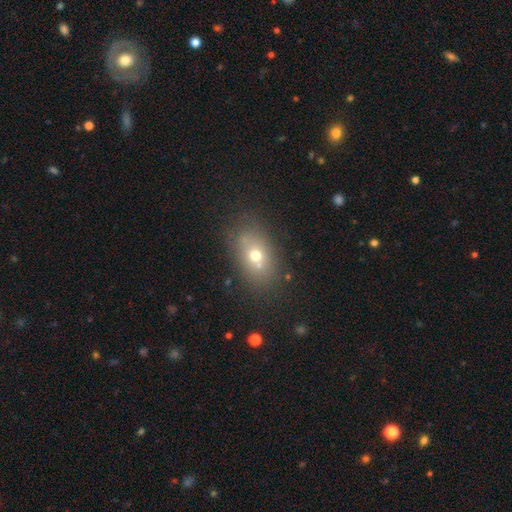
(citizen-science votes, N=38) Smooth or featured?
  - smooth: 82% *
  - star or artifact: 11%
  - featured or disk: 8%
How rounded?
  - in between: 61% *
  - round: 35%
  - cigar-shaped: 3%
Merging?
  - none: 65% *
  - merger: 18%
  - minor disturbance: 15%
  - major disturbance: 3%